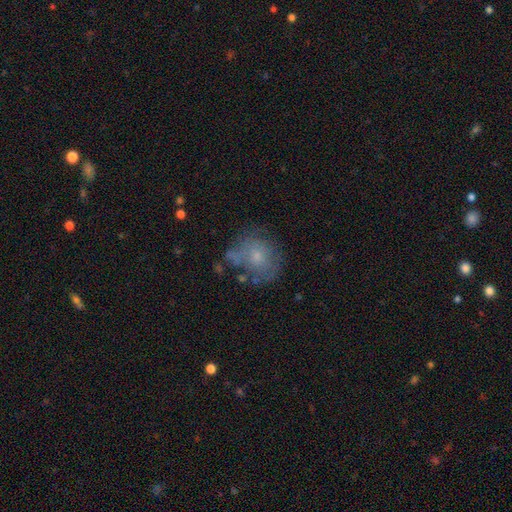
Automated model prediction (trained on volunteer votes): Q: Smooth or featured?
A: smooth (55%); runner-up: featured or disk (33%)
Q: How rounded?
A: round (68%); runner-up: in between (30%)
Q: Merging?
A: none (52%); runner-up: minor disturbance (24%)